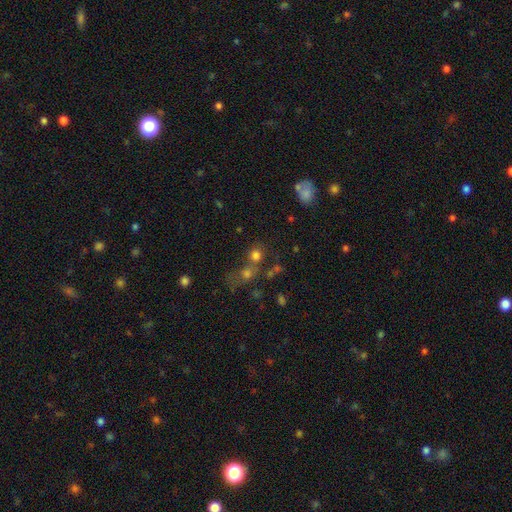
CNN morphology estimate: smooth 71%, star or artifact 19%, featured or disk 10%. Down the decision tree: how rounded — round (85%); merging — none (49%).